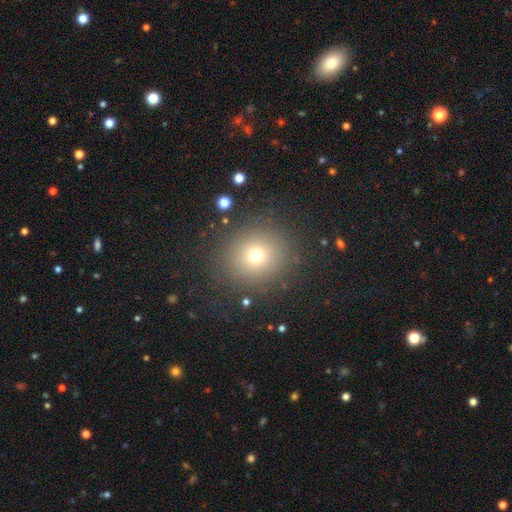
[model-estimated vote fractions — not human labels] smooth 70%, star or artifact 19%, featured or disk 11%. Down the decision tree: how rounded — round (90%); merging — none (86%).